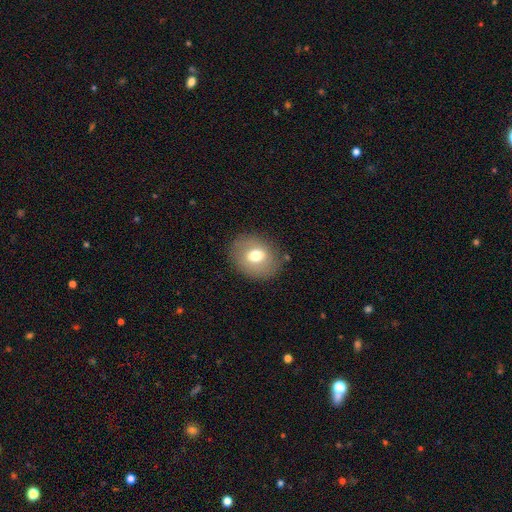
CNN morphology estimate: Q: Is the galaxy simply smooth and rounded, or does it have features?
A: smooth — 67%.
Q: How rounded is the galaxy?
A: round — 53%.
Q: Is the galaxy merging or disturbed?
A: none — 82%.